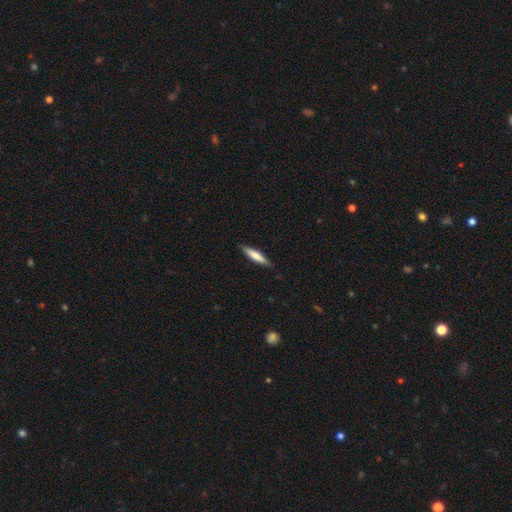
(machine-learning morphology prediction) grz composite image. It shows a smooth galaxy with no disk features (61%) that is cigar-shaped (84%). Merging: none (88%).